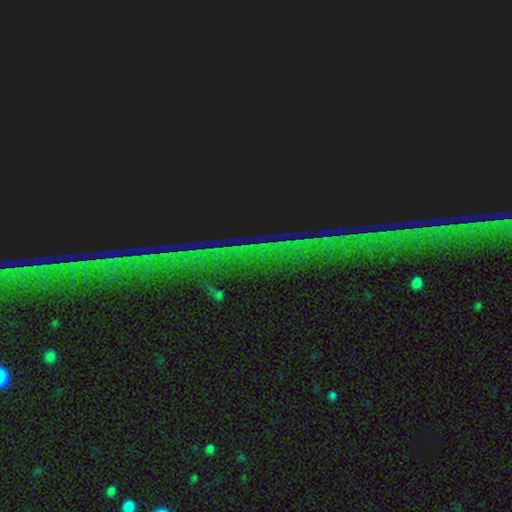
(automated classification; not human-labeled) A star or artifact, not a galaxy (81%).